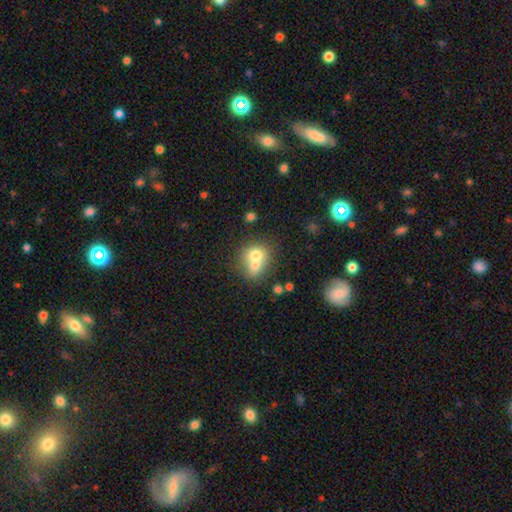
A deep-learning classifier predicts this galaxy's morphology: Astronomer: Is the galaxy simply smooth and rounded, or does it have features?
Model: smooth — 68%.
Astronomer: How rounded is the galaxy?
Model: round — 65%.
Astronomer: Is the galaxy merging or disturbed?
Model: merger — 62%.